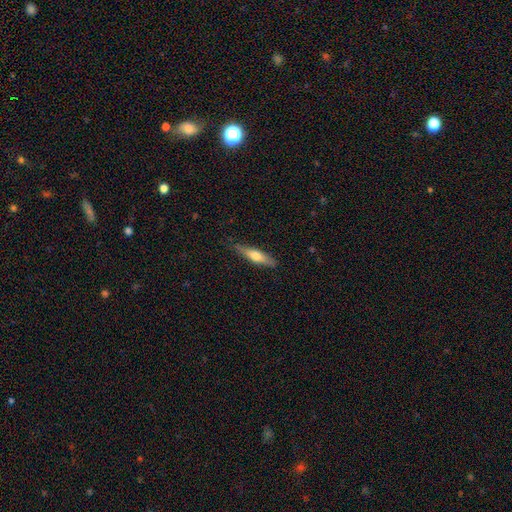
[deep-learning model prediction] Smooth or featured: smooth — 54% (featured or disk — 40%)
How rounded: cigar-shaped — 74% (in between — 24%)
Merging: none — 82% (minor disturbance — 15%)